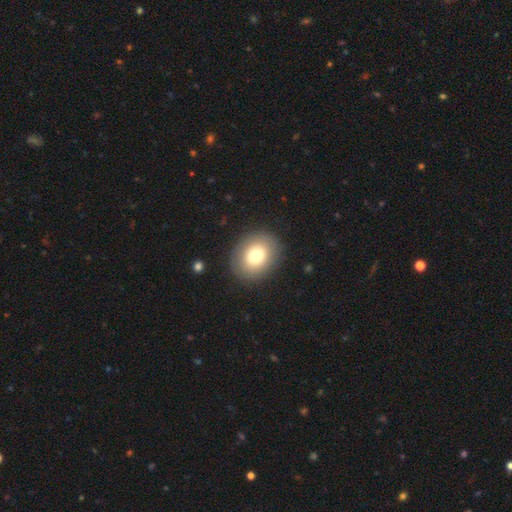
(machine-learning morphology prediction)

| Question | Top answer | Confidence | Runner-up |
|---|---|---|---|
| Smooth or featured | smooth | 77% | featured or disk (15%) |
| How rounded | round | 54% | in between (45%) |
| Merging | none | 88% | minor disturbance (8%) |